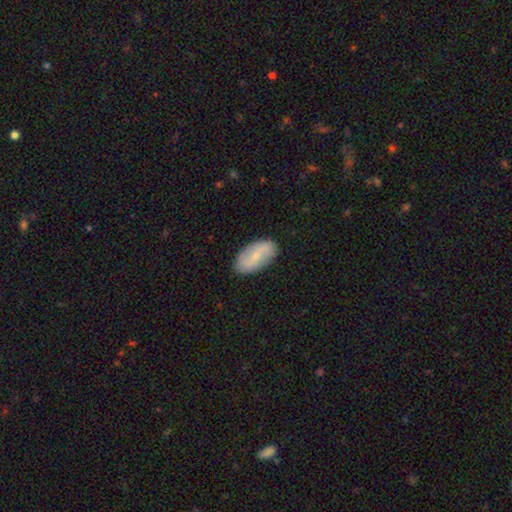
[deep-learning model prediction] Overall: smooth (48%; featured or disk 46%). Merging: none (86%).